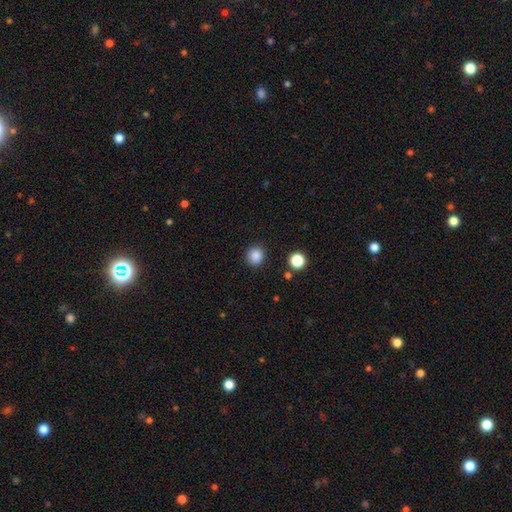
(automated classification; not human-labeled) smooth-or-featured: smooth: 86% | star or artifact: 10% | featured or disk: 3%
  how-rounded: round: 88% | in between: 11% | cigar-shaped: 1%
  merging: none: 89% | minor disturbance: 7% | major disturbance: 2% | merger: 2%